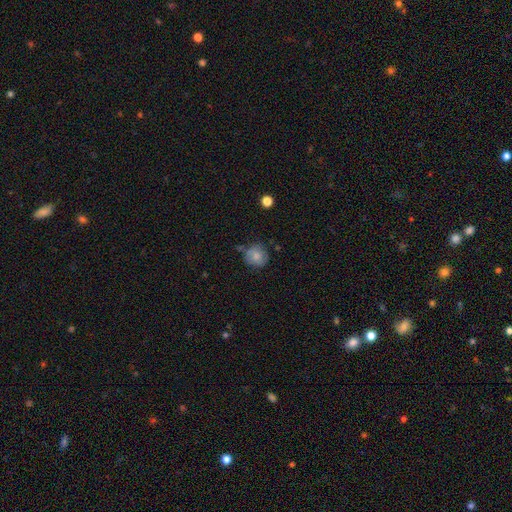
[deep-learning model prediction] smooth 75%, featured or disk 16%, star or artifact 9%. Down the decision tree: how rounded — round (86%); merging — none (68%).